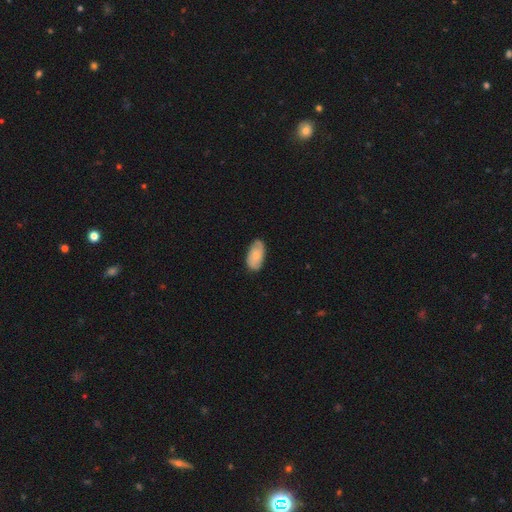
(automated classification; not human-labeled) Smooth or featured? Predicted: smooth (p=0.61). How rounded? Predicted: in between (p=0.94). Merging? Predicted: none (p=0.75).